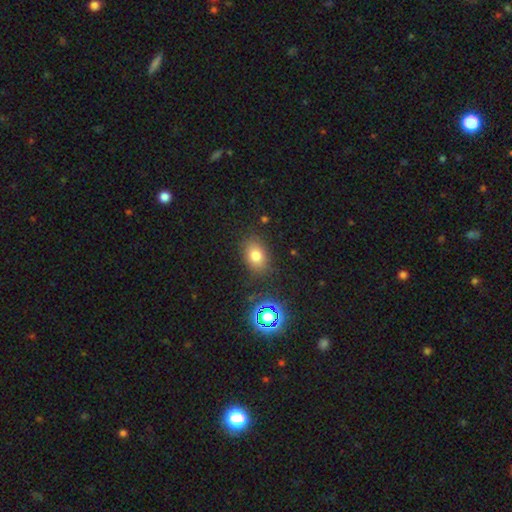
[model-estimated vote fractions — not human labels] Smooth or featured? smooth (76%)
How rounded? in between (73%)
Merging? none (83%)